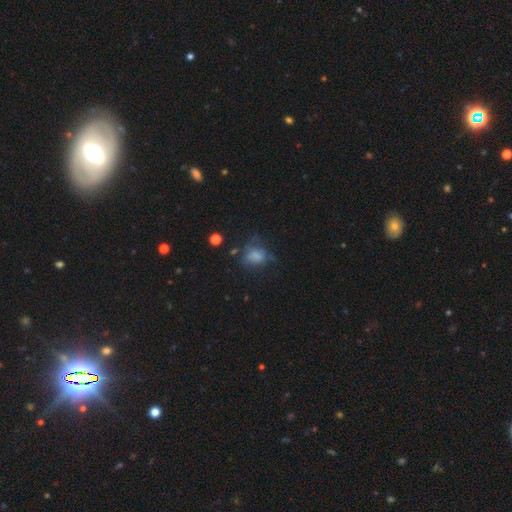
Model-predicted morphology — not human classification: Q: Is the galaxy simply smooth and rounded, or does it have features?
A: smooth — 63%.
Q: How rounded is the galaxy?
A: in between — 58%.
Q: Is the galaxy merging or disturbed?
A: none — 38%.